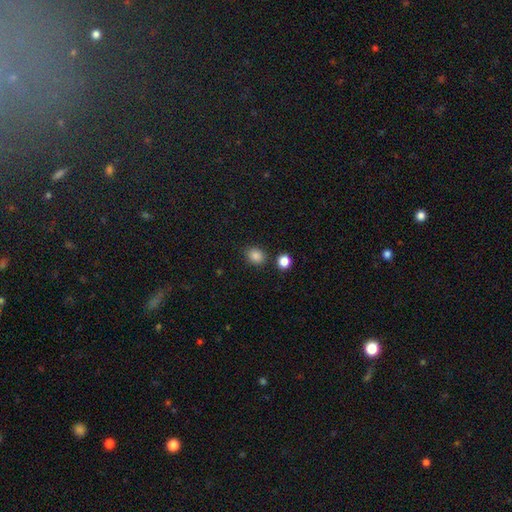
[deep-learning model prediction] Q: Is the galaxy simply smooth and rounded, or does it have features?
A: smooth — 86%.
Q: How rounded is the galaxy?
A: round — 53%.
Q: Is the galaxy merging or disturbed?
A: none — 82%.